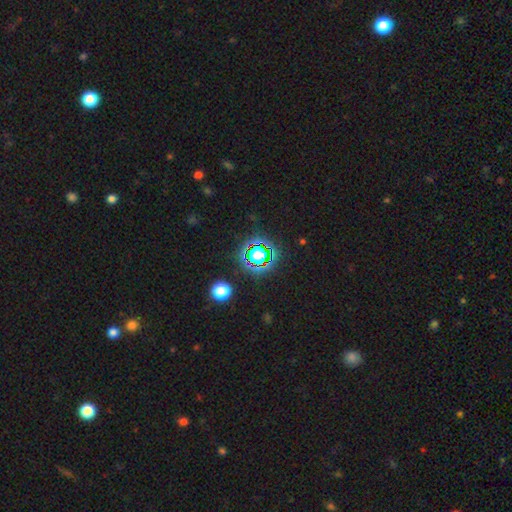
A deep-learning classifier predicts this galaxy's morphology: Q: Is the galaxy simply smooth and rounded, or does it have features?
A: star or artifact — 76%.